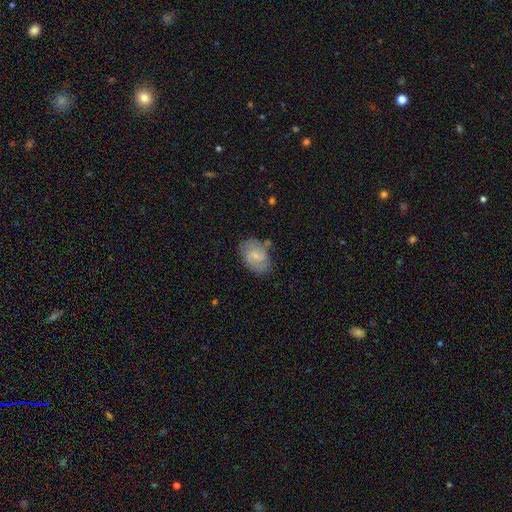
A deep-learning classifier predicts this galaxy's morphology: Overall: featured or disk (48%; smooth 45%). Merging: none (68%).